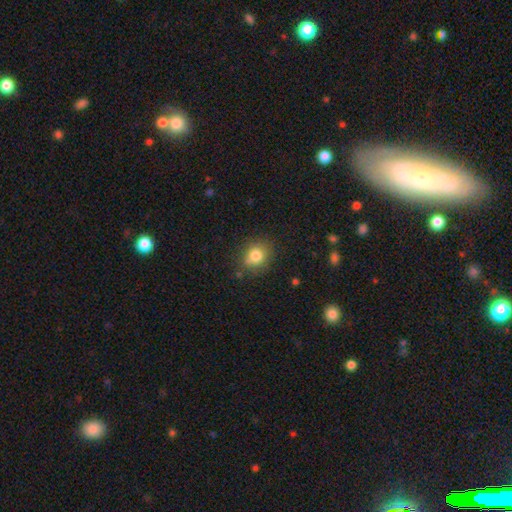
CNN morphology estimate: smooth_or_featured: smooth (p=0.80) [alt: star or artifact p=0.11]
how_rounded: round (p=0.67) [alt: in between p=0.32]
merging: none (p=0.76) [alt: minor disturbance p=0.17]